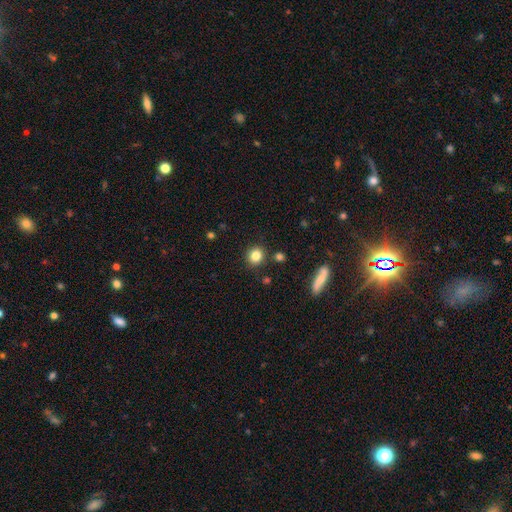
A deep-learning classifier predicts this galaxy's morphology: The model was most divided on "how rounded": round: 83%, in between: 16%, cigar-shaped: 1%. More confident: merging — none (87%); smooth or featured — smooth (83%).